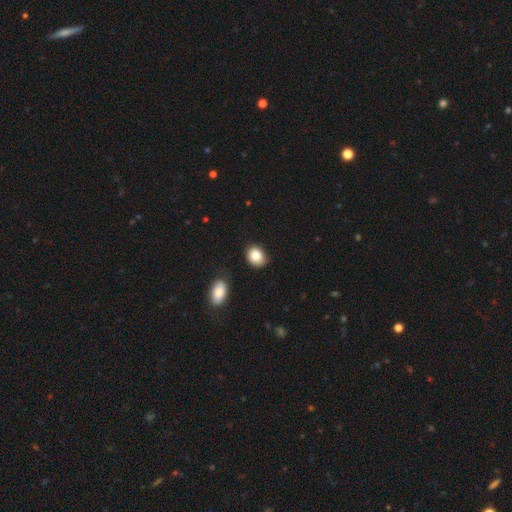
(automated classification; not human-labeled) A smooth galaxy with no disk features (83%) that is round (52%).

Vote fractions:
- Smooth or featured? smooth: 83% / star or artifact: 9% / featured or disk: 8%
- How rounded? round: 52% / in between: 47% / cigar-shaped: 1%
- Merging? none: 80% / minor disturbance: 14% / merger: 3% / major disturbance: 3%